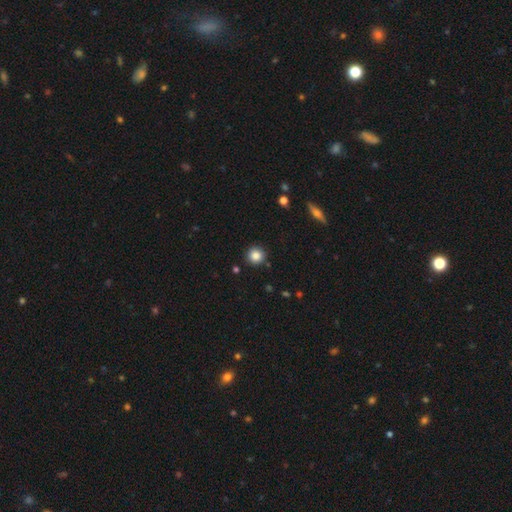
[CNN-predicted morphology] Q: Smooth or featured?
A: smooth (86%); runner-up: star or artifact (10%)
Q: How rounded?
A: round (93%); runner-up: in between (6%)
Q: Merging?
A: none (89%); runner-up: minor disturbance (7%)